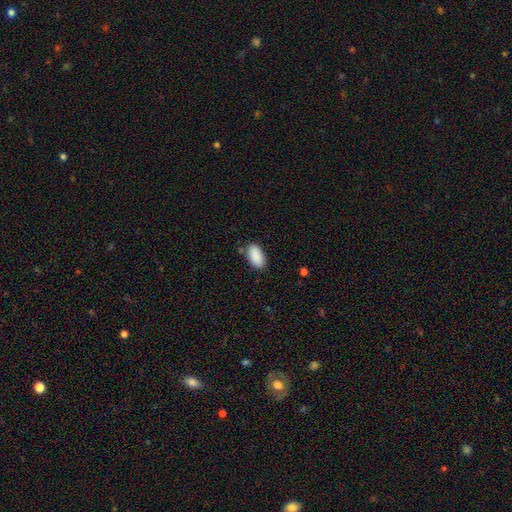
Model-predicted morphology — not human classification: Q: Smooth or featured?
A: smooth (90%); runner-up: star or artifact (6%)
Q: How rounded?
A: in between (94%); runner-up: cigar-shaped (3%)
Q: Merging?
A: none (82%); runner-up: minor disturbance (13%)